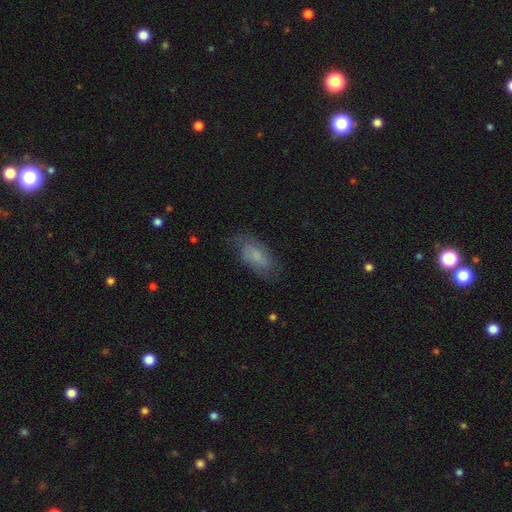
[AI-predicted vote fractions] The model was most divided on "smooth or featured": smooth: 56%, featured or disk: 35%, star or artifact: 9%. More confident: how rounded — in between (86%); merging — none (71%).